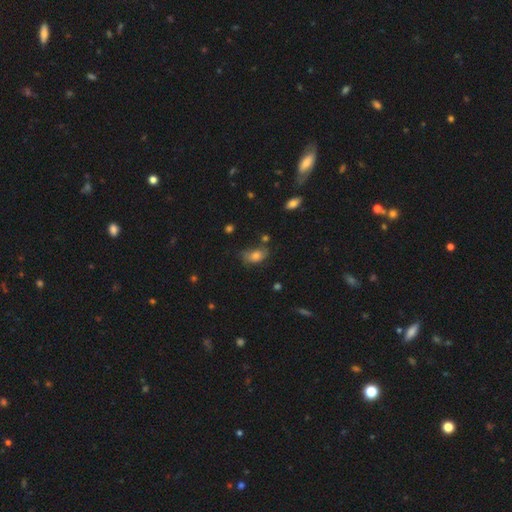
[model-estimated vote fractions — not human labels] A smooth galaxy with no disk features (74%) that is in between round and cigar-shaped (83%). Merging: none (47%).